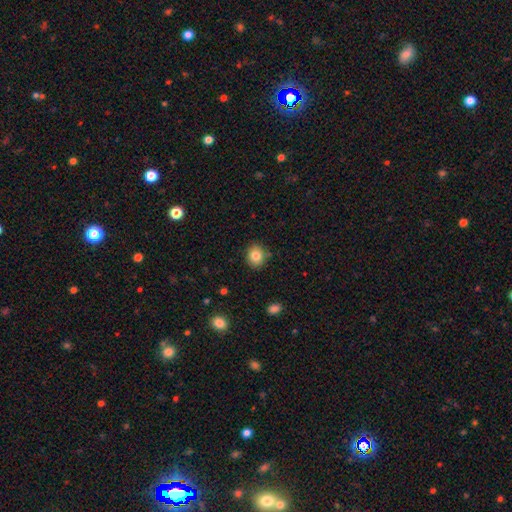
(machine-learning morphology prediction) type=smooth (82%); roundness=round (79%); merging=none (86%).